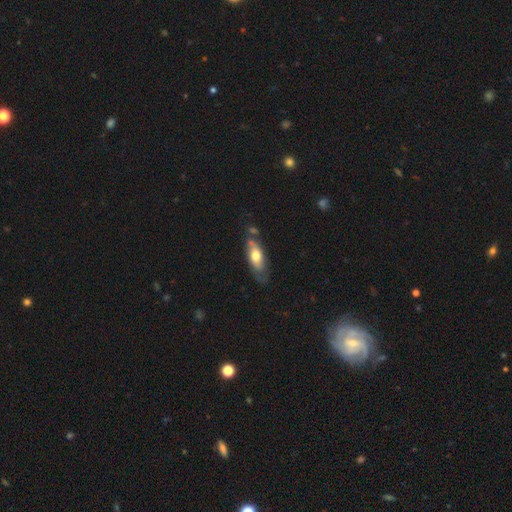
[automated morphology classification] Smooth or featured: smooth — 52% (featured or disk — 43%)
How rounded: in between — 75% (cigar-shaped — 22%)
Merging: none — 54% (minor disturbance — 27%)